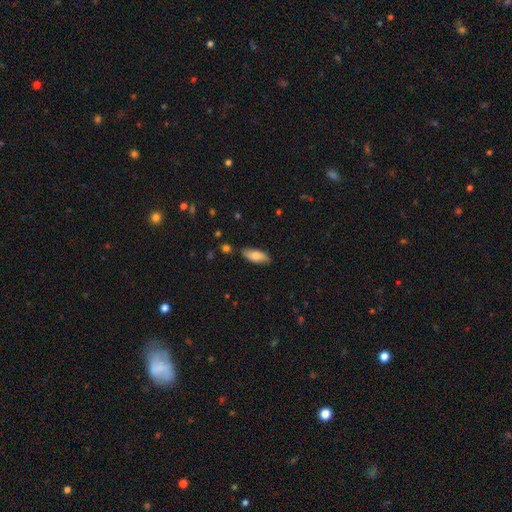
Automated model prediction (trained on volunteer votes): The model was most divided on "how rounded": in between: 74%, cigar-shaped: 24%, round: 2%. More confident: merging — none (82%); smooth or featured — smooth (77%).